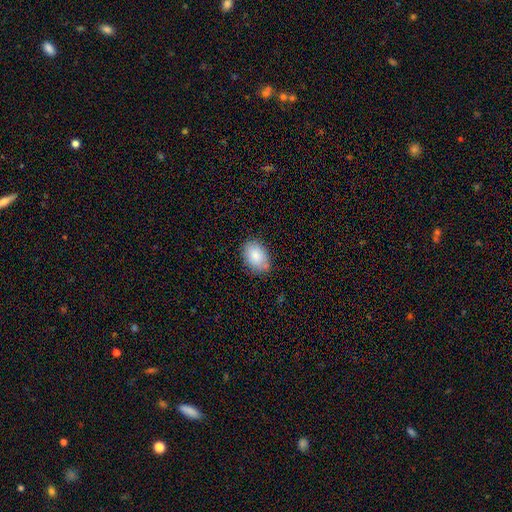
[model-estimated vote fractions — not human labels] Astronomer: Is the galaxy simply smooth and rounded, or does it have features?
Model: smooth — 86%.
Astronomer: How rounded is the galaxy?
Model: in between — 86%.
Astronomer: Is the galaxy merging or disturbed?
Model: none — 81%.